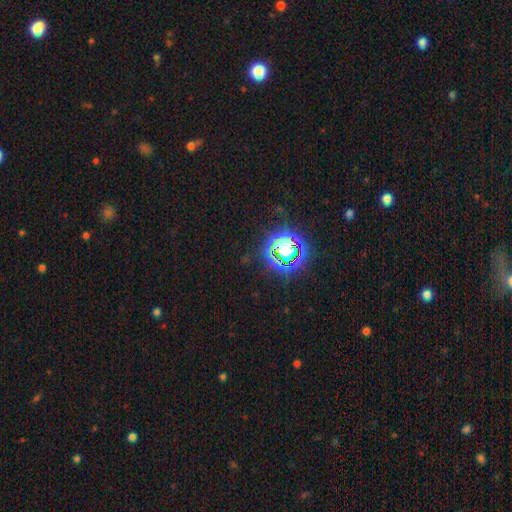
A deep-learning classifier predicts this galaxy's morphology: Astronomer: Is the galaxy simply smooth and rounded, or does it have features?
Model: star or artifact — 80%.